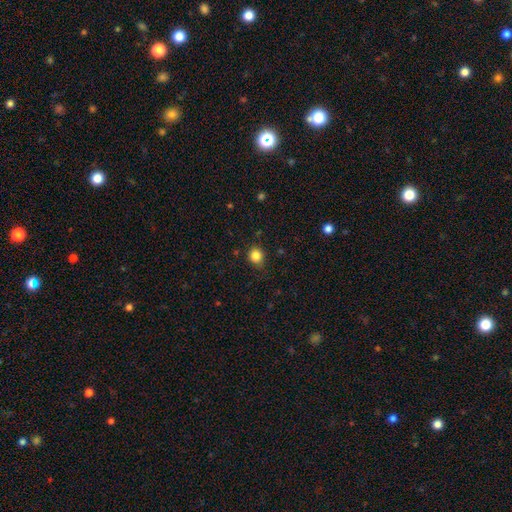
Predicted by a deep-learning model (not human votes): Overall: smooth (84%). How rounded: round (83%). Merging: none (81%).